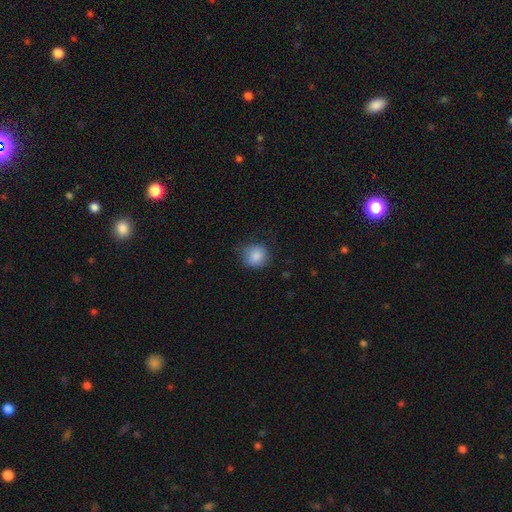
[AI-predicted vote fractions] A smooth galaxy with no disk features (86%) that is round (83%). Merging: none (69%).